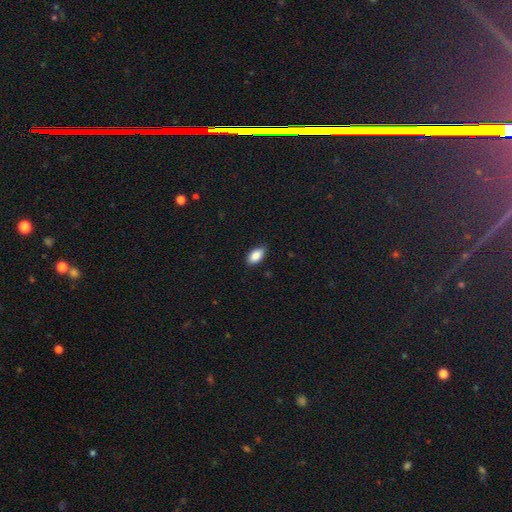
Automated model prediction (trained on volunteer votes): Smooth or featured?
  - smooth: 88% *
  - star or artifact: 7%
  - featured or disk: 5%
How rounded?
  - in between: 93% *
  - cigar-shaped: 4%
  - round: 3%
Merging?
  - none: 86% *
  - minor disturbance: 11%
  - major disturbance: 2%
  - merger: 1%